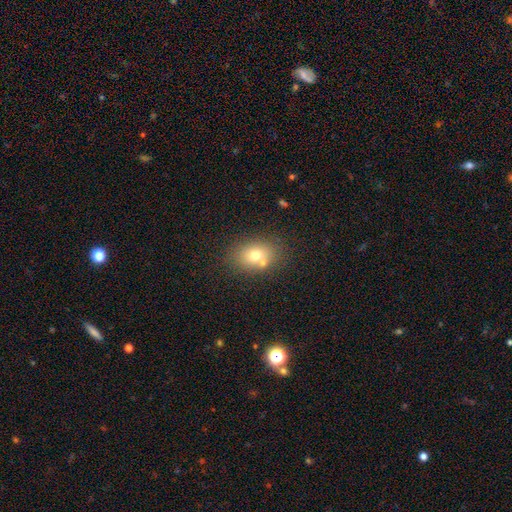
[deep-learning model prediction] smooth 71%, featured or disk 17%, star or artifact 12%. Down the decision tree: how rounded — in between (64%); merging — none (66%).